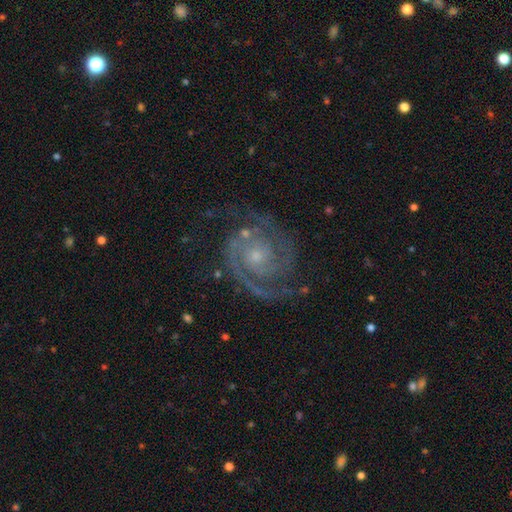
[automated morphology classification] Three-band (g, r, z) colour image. It shows a featured or disk galaxy (92%) with no bar (73%), 2 (84%) tight (61%) spiral arms (98%) and a small central bulge (64%). Merging: none (74%).